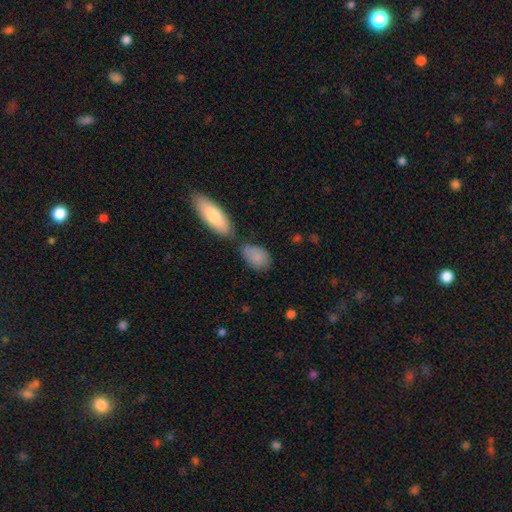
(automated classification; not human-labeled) This is clearly a smooth galaxy (82%). How rounded: clearly in between (86%). Merging: possibly none (50%).